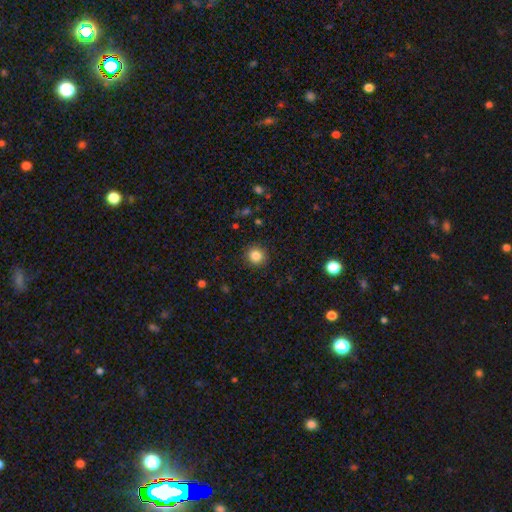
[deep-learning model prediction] Smooth or featured? Predicted: smooth (p=0.84). How rounded? Predicted: round (p=0.92). Merging? Predicted: none (p=0.91).